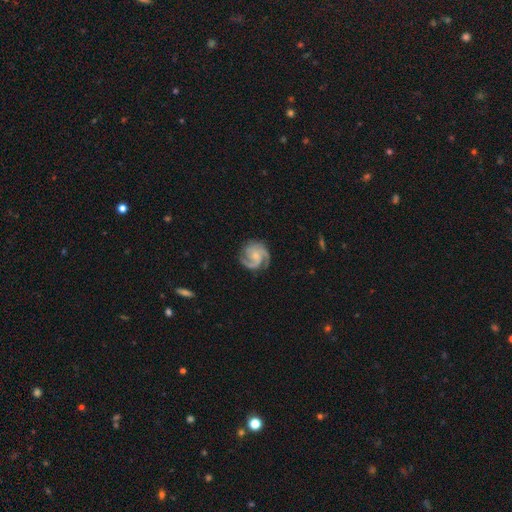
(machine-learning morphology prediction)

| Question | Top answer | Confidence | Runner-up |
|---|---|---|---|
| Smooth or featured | featured or disk | 91% | smooth (5%) |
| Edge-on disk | no | 98% | yes (2%) |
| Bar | no | 65% | weak (29%) |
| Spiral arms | yes | 98% | no (2%) |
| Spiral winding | tight | 49% | medium (44%) |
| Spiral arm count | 3 | 48% | 2 (36%) |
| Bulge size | small | 66% | moderate (24%) |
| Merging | none | 79% | minor disturbance (15%) |